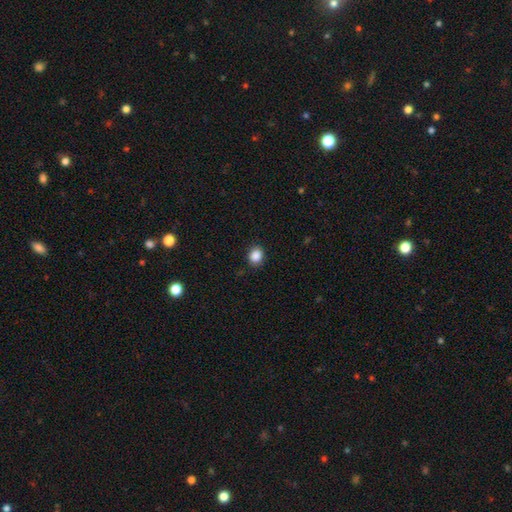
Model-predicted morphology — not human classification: A smooth galaxy with no disk features (87%) that is round (63%). Merging: none (88%).